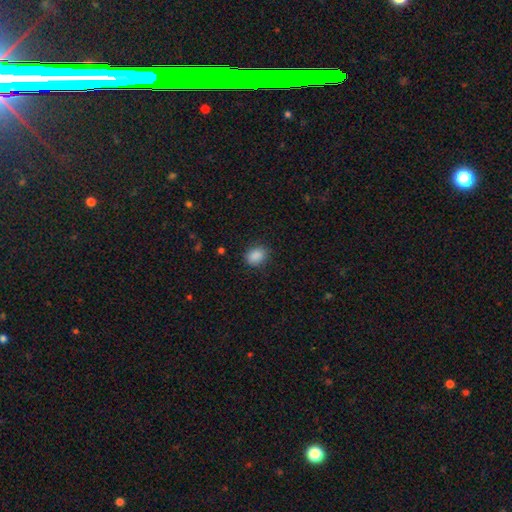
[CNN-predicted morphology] Smooth or featured: smooth — 88% (star or artifact — 9%)
How rounded: in between — 60% (round — 39%)
Merging: none — 84% (minor disturbance — 12%)